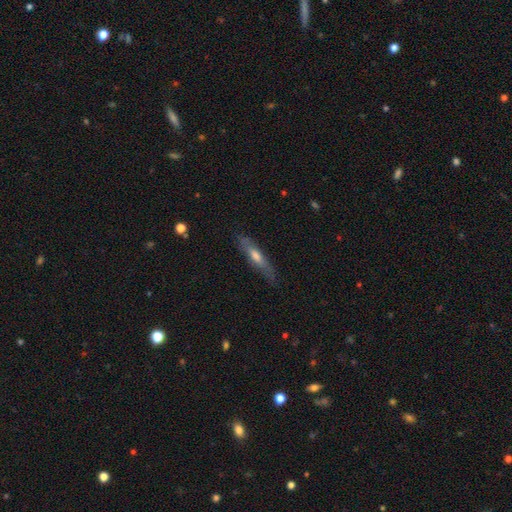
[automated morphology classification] type=featured or disk (51%); edge-on=yes (71%); merging=none (76%).